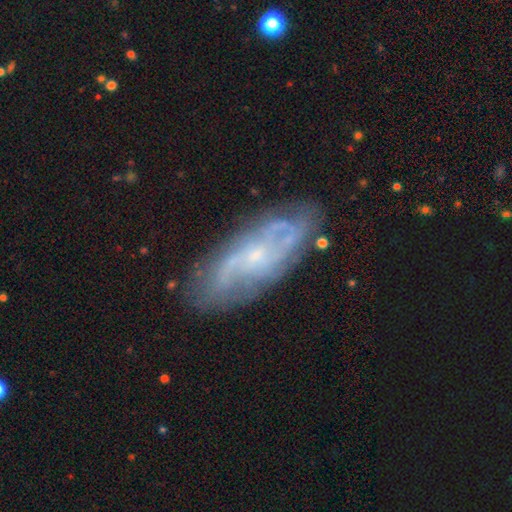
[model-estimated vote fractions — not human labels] Smooth or featured? featured or disk (77%)
Edge-on disk? no (89%)
Bar? no (68%)
Spiral arms? yes (89%)
Spiral winding? tight (41%)
Spiral arm count? can't tell (41%)
Bulge size? small (75%)
Merging? none (77%)